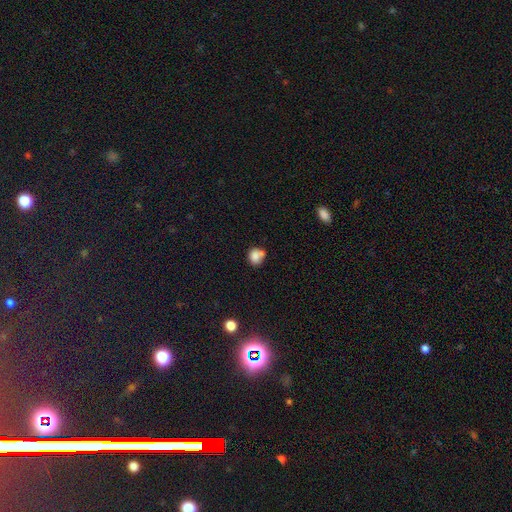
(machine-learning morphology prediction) This is clearly a smooth galaxy (81%). How rounded: likely round (67%). Merging: possibly none (45%).